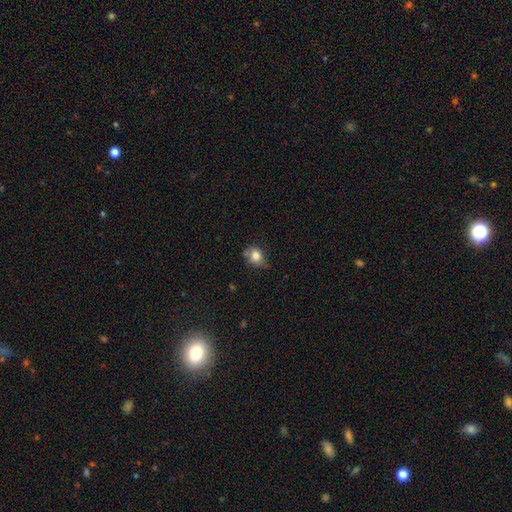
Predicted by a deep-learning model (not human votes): Smooth or featured? smooth (80%)
How rounded? round (53%)
Merging? none (60%)